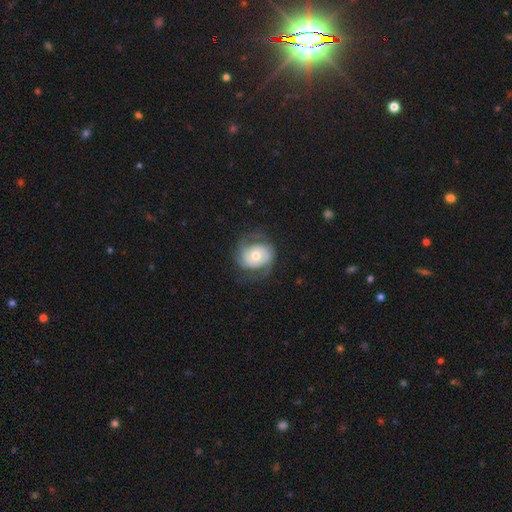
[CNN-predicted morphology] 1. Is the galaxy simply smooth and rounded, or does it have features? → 76% featured or disk, 18% smooth, 5% star or artifact.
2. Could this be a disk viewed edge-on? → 97% no, 3% yes.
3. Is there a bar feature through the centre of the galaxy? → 72% no, 22% weak, 6% strong.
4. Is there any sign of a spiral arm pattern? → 90% yes, 10% no.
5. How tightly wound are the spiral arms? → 42% tight, 39% medium, 19% loose.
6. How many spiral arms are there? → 71% 2, 13% can't tell, 7% 3, 5% 1, 2% 4, 2% more than 4.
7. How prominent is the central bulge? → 73% moderate, 16% small, 9% large, 1% dominant, 1% none.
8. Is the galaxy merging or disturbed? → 64% none, 20% minor disturbance, 14% major disturbance, 1% merger.